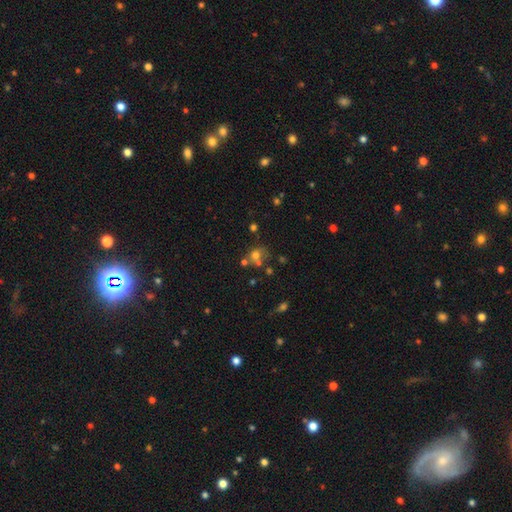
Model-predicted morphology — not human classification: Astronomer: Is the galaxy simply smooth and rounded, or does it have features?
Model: smooth — 61%.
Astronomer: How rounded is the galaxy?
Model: round — 76%.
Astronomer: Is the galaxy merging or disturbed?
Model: none — 49% (runner-up: merger, 33%).